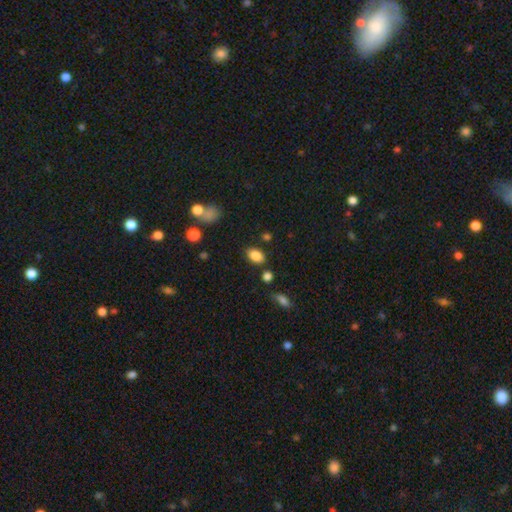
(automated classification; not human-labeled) Morphology: type=smooth (86%); roundness=in between (89%); merging=none (80%).